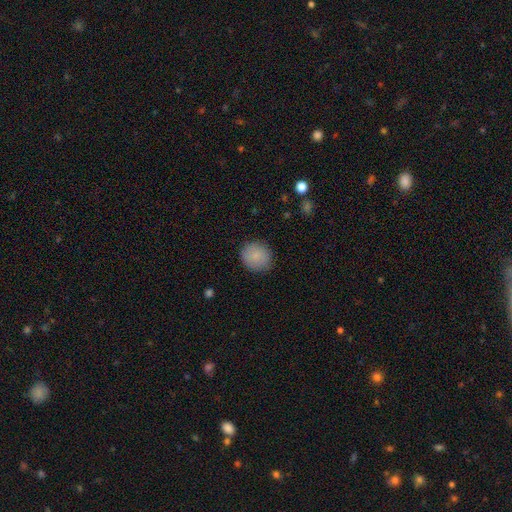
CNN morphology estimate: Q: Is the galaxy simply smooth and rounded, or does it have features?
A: smooth — 86%.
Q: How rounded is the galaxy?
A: round — 87%.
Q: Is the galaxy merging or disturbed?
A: none — 87%.